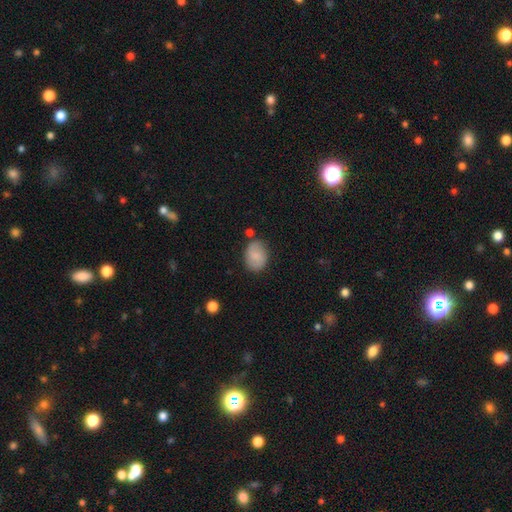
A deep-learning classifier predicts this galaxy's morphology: smooth-or-featured: smooth: 78% | featured or disk: 15% | star or artifact: 7%
  how-rounded: in between: 66% | round: 33% | cigar-shaped: 1%
  merging: none: 77% | minor disturbance: 15% | merger: 4% | major disturbance: 4%